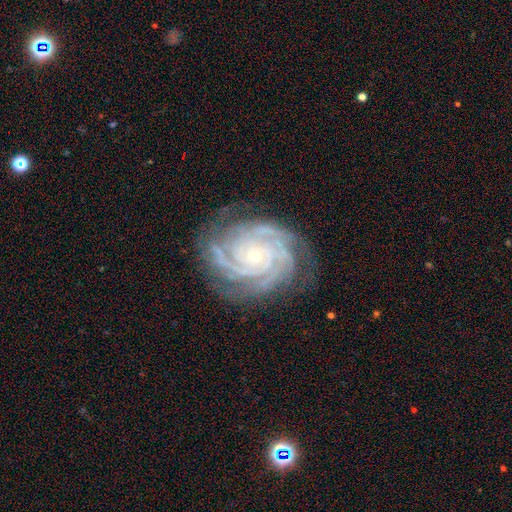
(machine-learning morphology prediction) Q: Smooth or featured?
A: featured or disk (91%); runner-up: star or artifact (6%)
Q: Edge-on disk?
A: no (98%); runner-up: yes (2%)
Q: Bar?
A: no (75%); runner-up: weak (17%)
Q: Spiral arms?
A: yes (99%); runner-up: no (1%)
Q: Spiral winding?
A: tight (82%); runner-up: medium (16%)
Q: Spiral arm count?
A: 4 (36%); runner-up: 3 (21%)
Q: Bulge size?
A: small (73%); runner-up: moderate (23%)
Q: Merging?
A: none (79%); runner-up: minor disturbance (15%)